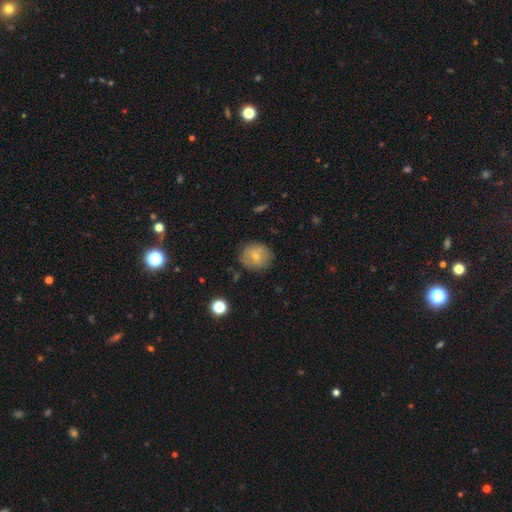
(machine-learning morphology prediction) The model was most divided on "smooth or featured": smooth: 70%, featured or disk: 21%, star or artifact: 10%. More confident: how rounded — round (80%); merging — none (79%).